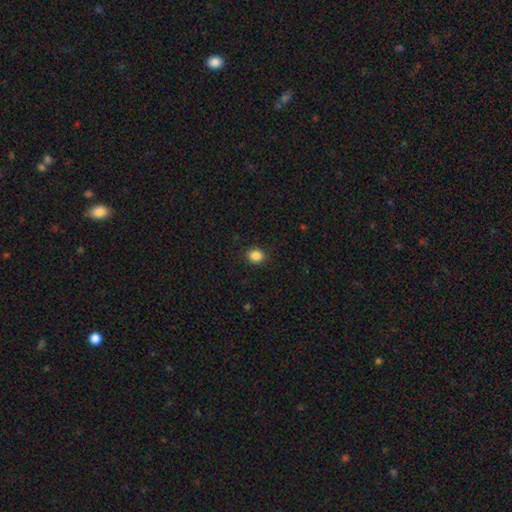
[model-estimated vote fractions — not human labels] Overall: smooth (86%). How rounded: round (72%). Merging: none (90%).